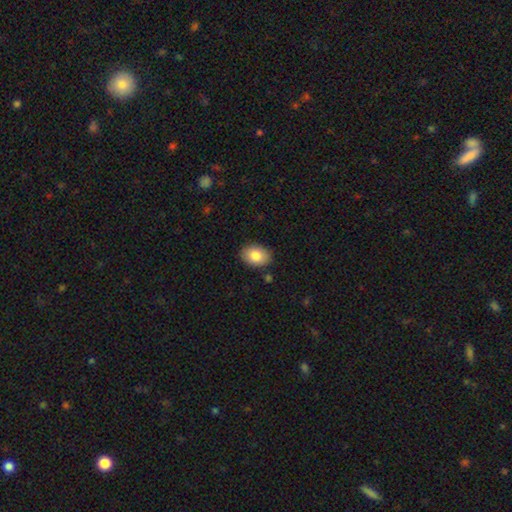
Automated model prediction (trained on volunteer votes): Morphology: type=smooth (84%); roundness=in between (80%); merging=none (87%).